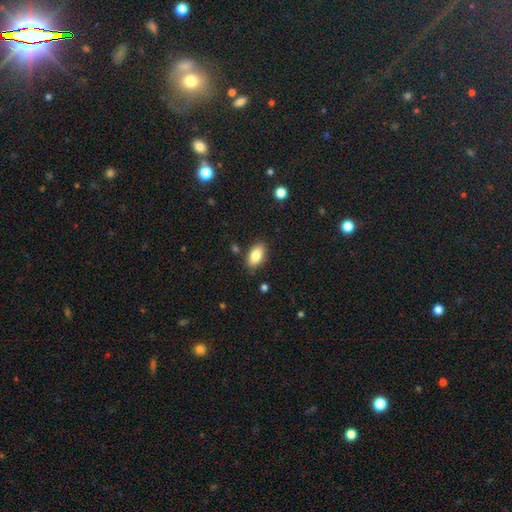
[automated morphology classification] smooth 84%, featured or disk 9%, star or artifact 8%. Down the decision tree: how rounded — in between (92%); merging — none (84%).